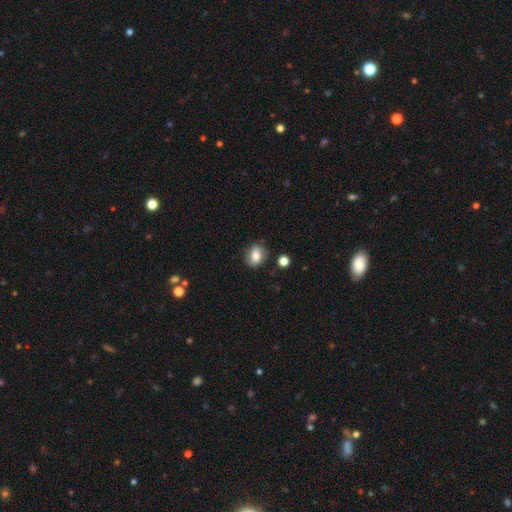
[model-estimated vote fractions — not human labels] Morphology: type=smooth (79%); roundness=in between (54%); merging=none (80%).